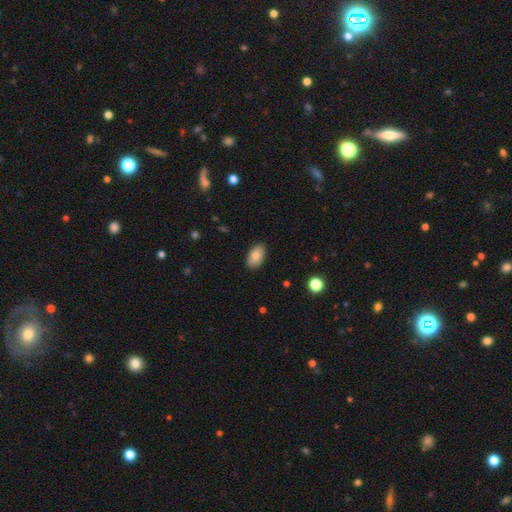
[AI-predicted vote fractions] This appears to be a smooth galaxy with no disk features (85%) that is in between round and cigar-shaped (94%). Merging: none (88%).